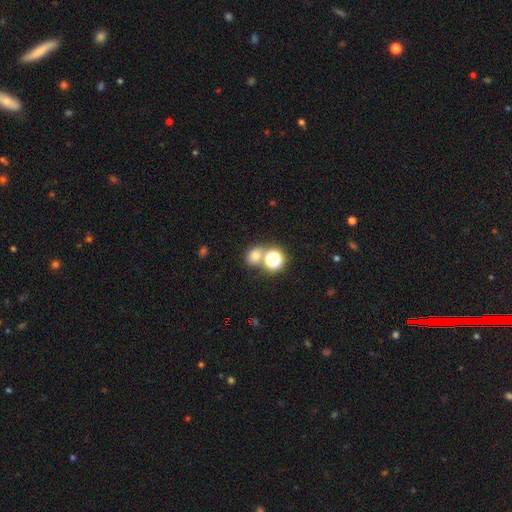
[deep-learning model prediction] smooth 69%, star or artifact 23%, featured or disk 8%. Down the decision tree: how rounded — round (69%); merging — none (62%).